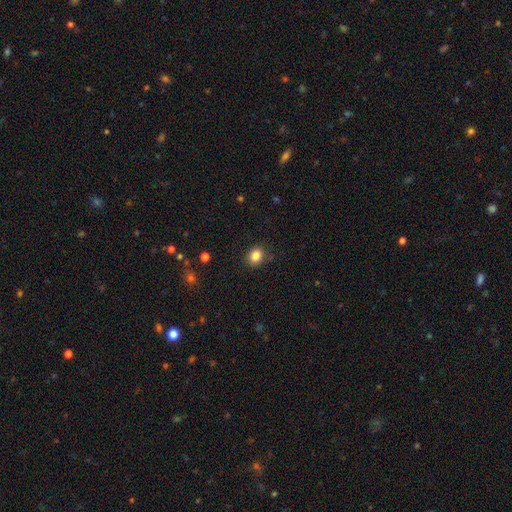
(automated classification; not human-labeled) Smooth or featured? smooth (85%)
How rounded? round (52%)
Merging? none (84%)